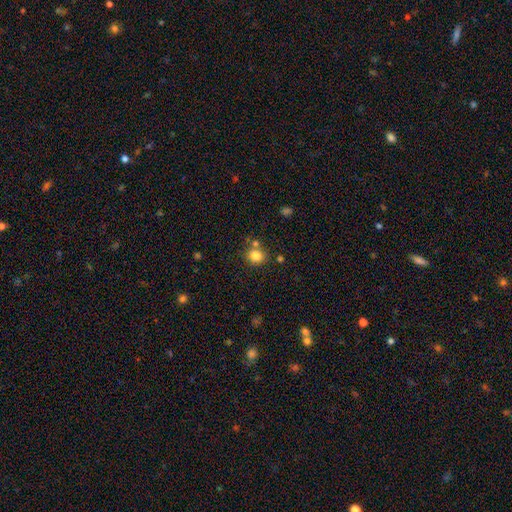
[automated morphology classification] A smooth galaxy with no disk features (82%) that is round (80%).

Vote fractions:
- Smooth or featured? smooth: 82% / star or artifact: 12% / featured or disk: 6%
- How rounded? round: 80% / in between: 19% / cigar-shaped: 1%
- Merging? none: 71% / merger: 15% / minor disturbance: 11% / major disturbance: 4%